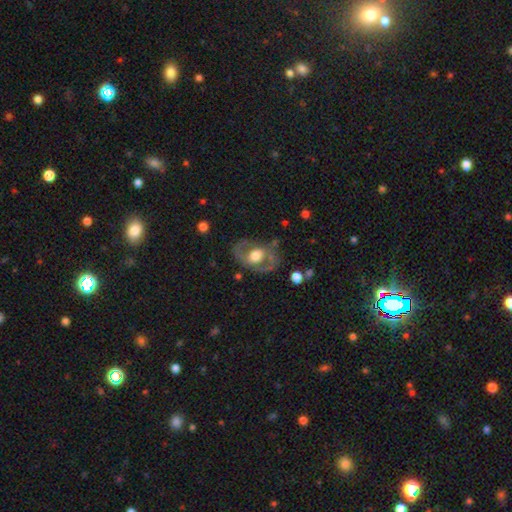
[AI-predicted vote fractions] A featured or disk galaxy (66%) with no bar (71%), spiral arms (51%) and a large central bulge (48%).

Vote fractions:
- Smooth or featured? featured or disk: 66% / smooth: 28% / star or artifact: 6%
- Edge-on disk? no: 94% / yes: 6%
- Bar? no: 71% / weak: 23% / strong: 6%
- Spiral arms? yes: 51% / no: 49%
- Bulge size? large: 48% / moderate: 41% / dominant: 5% / small: 4% / none: 2%
- Merging? none: 65% / minor disturbance: 19% / major disturbance: 14% / merger: 2%